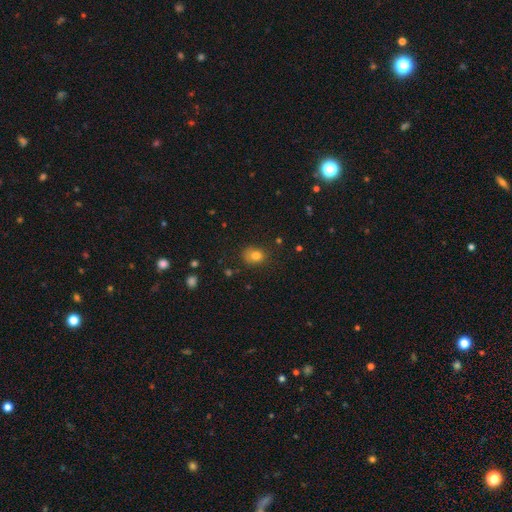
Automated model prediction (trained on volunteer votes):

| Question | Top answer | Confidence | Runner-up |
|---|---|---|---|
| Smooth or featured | smooth | 78% | star or artifact (13%) |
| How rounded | round | 56% | in between (43%) |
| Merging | none | 66% | minor disturbance (23%) |